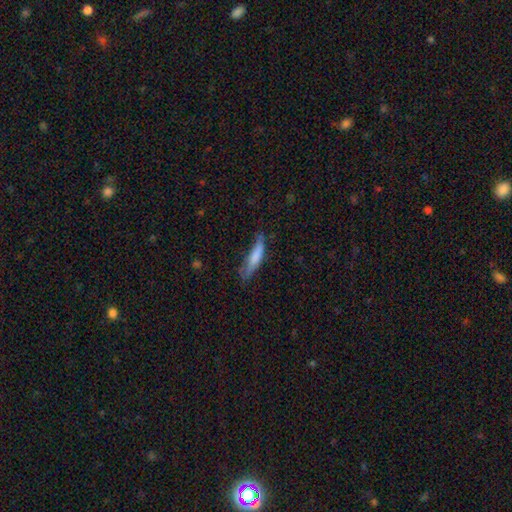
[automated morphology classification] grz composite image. It shows a smooth galaxy with no disk features (75%) that is cigar-shaped (81%). Merging: none (59%).